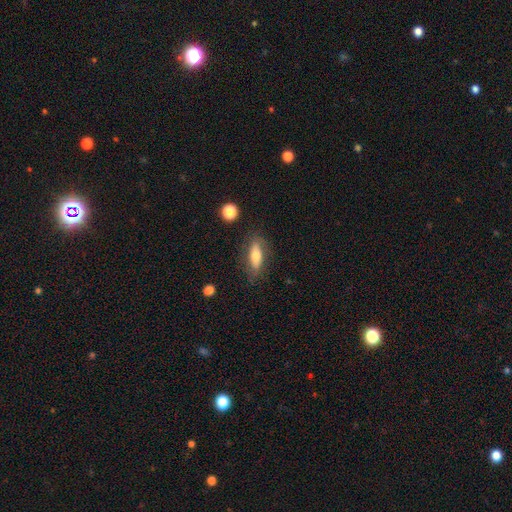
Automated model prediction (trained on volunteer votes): Morphology: type=smooth (64%); roundness=in between (61%); merging=none (79%).